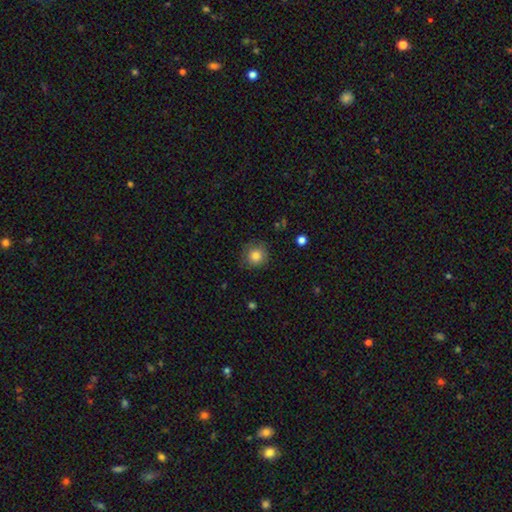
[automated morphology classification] A smooth galaxy with no disk features (83%) that is round (91%). Merging: none (81%).